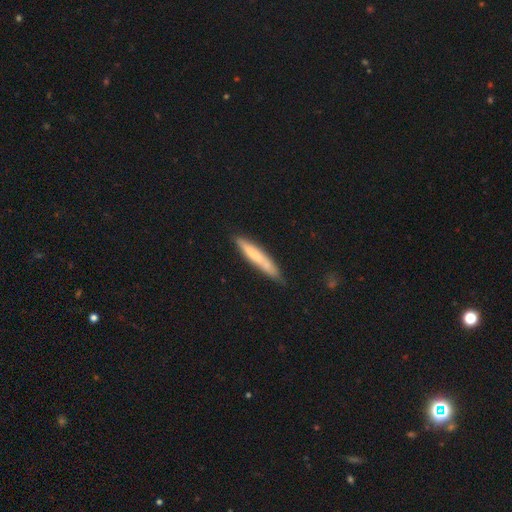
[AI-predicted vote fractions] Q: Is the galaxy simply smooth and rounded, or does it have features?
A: smooth — 67%.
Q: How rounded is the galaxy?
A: cigar-shaped — 92%.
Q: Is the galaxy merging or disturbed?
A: none — 76%.